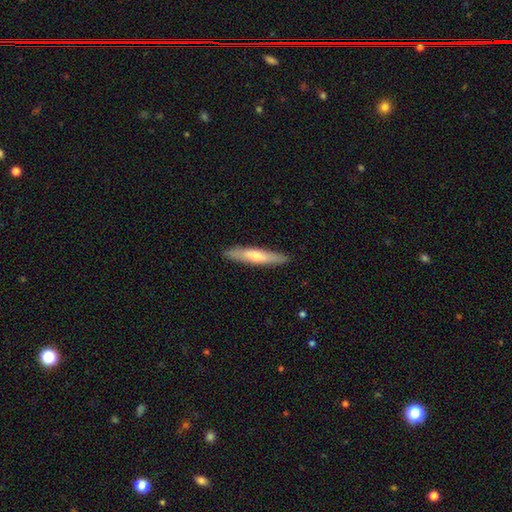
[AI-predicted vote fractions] Overall: smooth (55%; featured or disk 39%). How rounded: cigar-shaped (91%). Merging: none (89%).